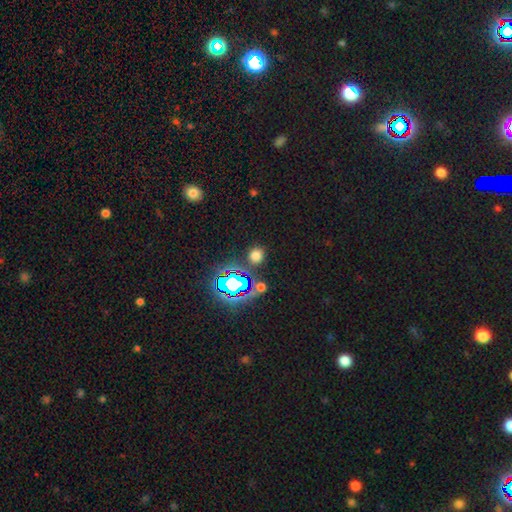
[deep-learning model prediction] This appears to be a smooth galaxy with no disk features (65%) that is round (85%). Merging: none (84%).